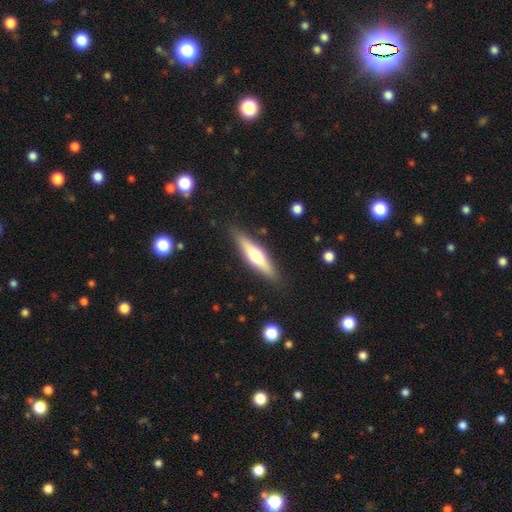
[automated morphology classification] smooth-or-featured: featured or disk: 50% | smooth: 44% | star or artifact: 5%
  disk-edge-on: yes: 92% | no: 8%
  merging: none: 87% | minor disturbance: 10% | major disturbance: 2% | merger: 2%